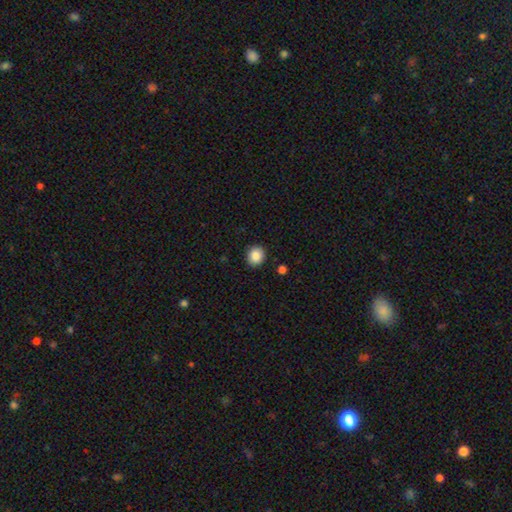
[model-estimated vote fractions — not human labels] The model was most divided on "how rounded": round: 83%, in between: 16%, cigar-shaped: 1%. More confident: merging — none (91%); smooth or featured — smooth (87%).